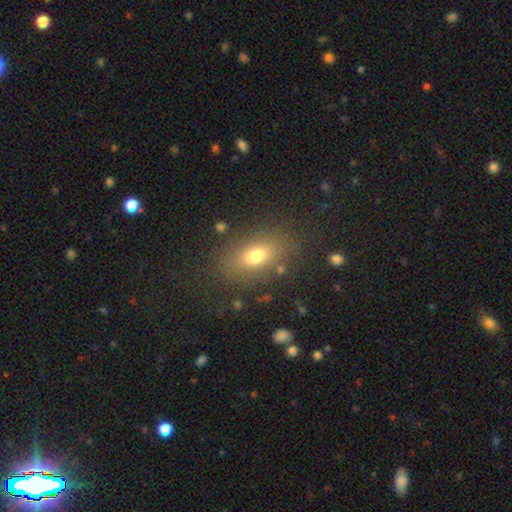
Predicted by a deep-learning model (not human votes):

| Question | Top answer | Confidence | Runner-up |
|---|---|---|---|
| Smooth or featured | smooth | 73% | featured or disk (15%) |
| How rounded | in between | 83% | round (11%) |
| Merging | none | 82% | minor disturbance (11%) |